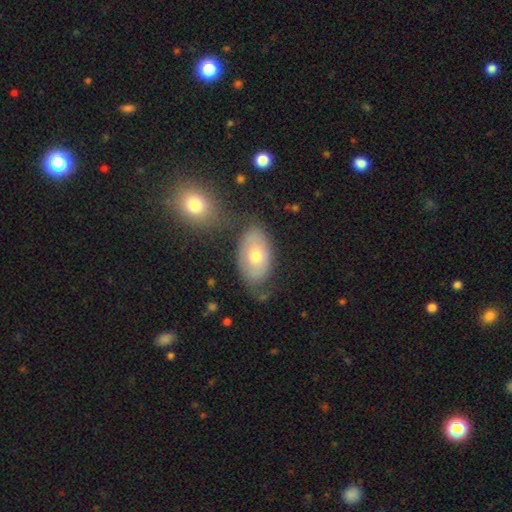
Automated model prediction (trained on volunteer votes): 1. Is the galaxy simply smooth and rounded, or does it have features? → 55% smooth, 37% featured or disk, 7% star or artifact.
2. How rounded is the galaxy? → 90% in between, 8% round, 2% cigar-shaped.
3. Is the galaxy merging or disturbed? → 59% none, 21% minor disturbance, 11% merger, 9% major disturbance.